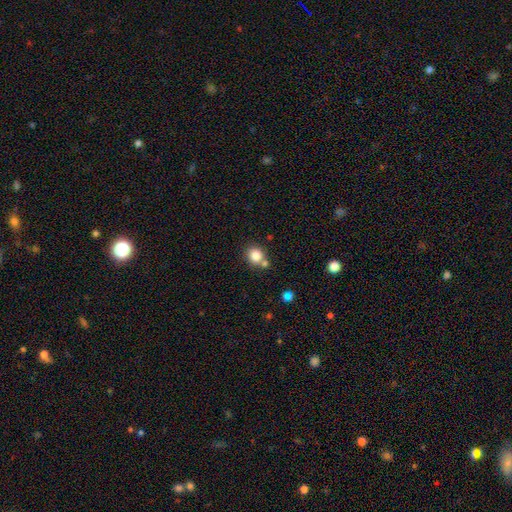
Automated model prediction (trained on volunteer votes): Q: Smooth or featured?
A: smooth (83%); runner-up: star or artifact (11%)
Q: How rounded?
A: round (85%); runner-up: in between (14%)
Q: Merging?
A: none (65%); runner-up: merger (22%)